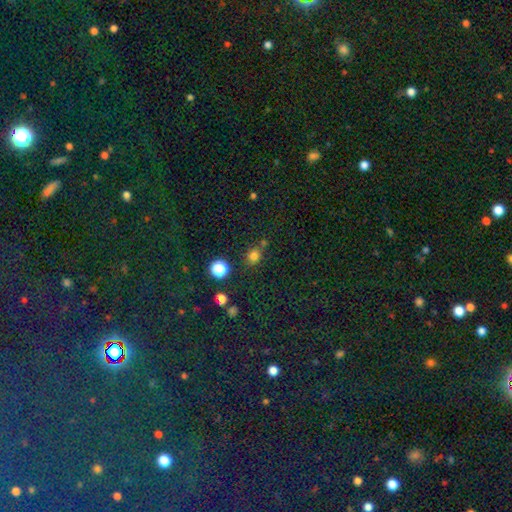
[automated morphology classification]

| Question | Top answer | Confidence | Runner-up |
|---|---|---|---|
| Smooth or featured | smooth | 55% | star or artifact (38%) |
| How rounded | round | 73% | in between (25%) |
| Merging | none | 76% | minor disturbance (10%) |